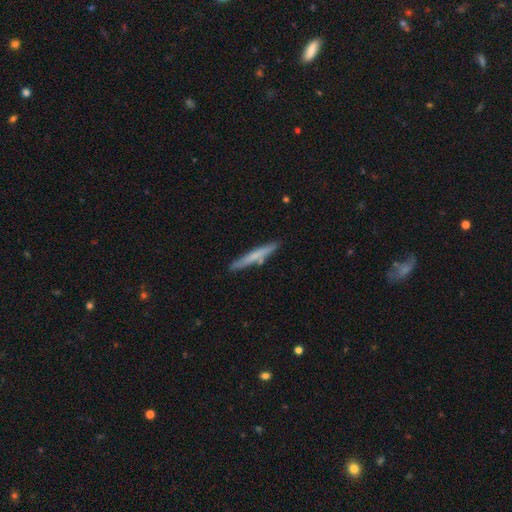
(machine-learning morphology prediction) This appears to be a smooth galaxy with no disk features (57%) that is cigar-shaped (95%). Merging: none (84%).